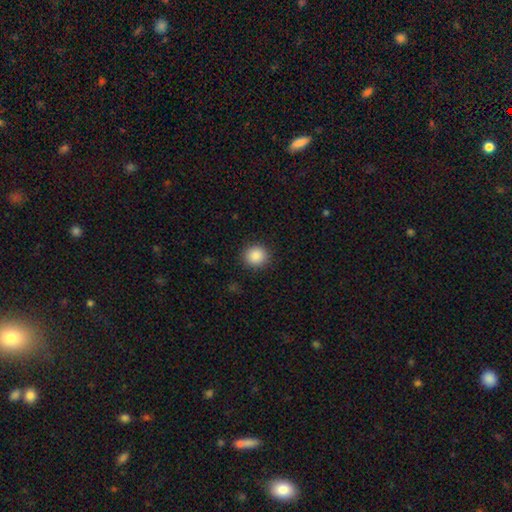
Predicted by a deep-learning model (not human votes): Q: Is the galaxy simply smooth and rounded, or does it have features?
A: smooth — 88%.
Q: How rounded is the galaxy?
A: round — 85%.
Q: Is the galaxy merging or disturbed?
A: none — 89%.